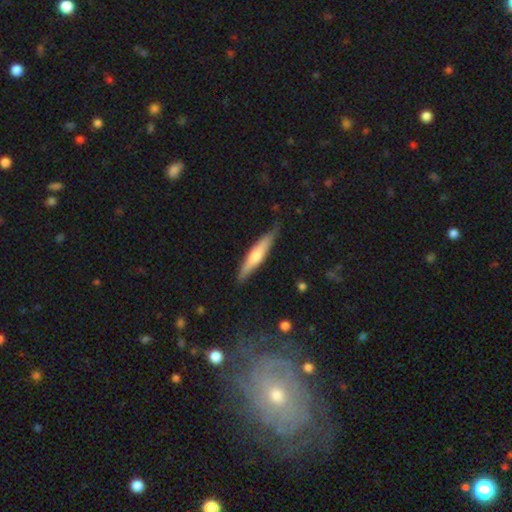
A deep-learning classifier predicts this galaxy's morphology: This appears to be a smooth galaxy with no disk features (48%). Merging: none (83%).